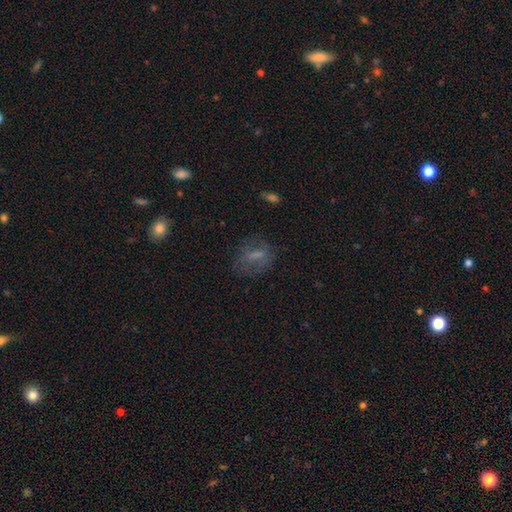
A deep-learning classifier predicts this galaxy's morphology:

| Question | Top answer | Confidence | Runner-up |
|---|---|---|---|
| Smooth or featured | smooth | 48% | featured or disk (36%) |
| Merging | none | 63% | minor disturbance (18%) |